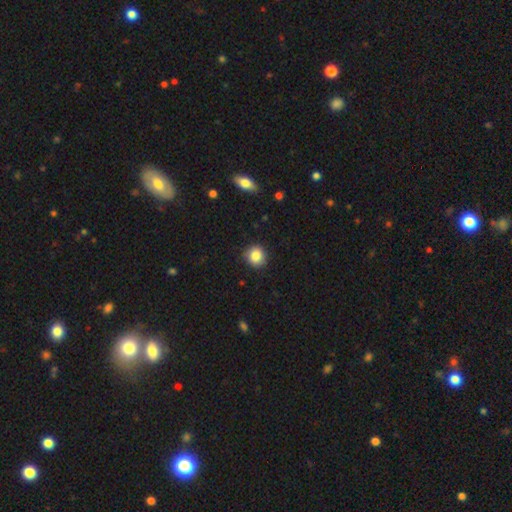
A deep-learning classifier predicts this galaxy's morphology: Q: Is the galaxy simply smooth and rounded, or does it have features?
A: smooth — 85%.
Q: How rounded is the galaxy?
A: round — 87%.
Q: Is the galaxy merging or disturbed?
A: none — 88%.